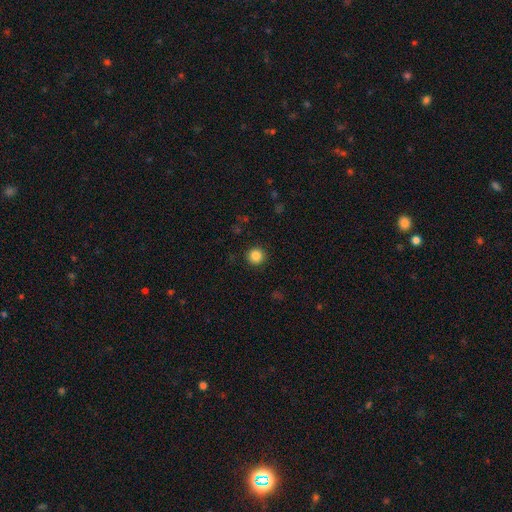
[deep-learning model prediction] Smooth or featured?
  - smooth: 85% *
  - star or artifact: 11%
  - featured or disk: 4%
How rounded?
  - round: 95% *
  - in between: 4%
  - cigar-shaped: 1%
Merging?
  - none: 92% *
  - minor disturbance: 5%
  - major disturbance: 2%
  - merger: 1%